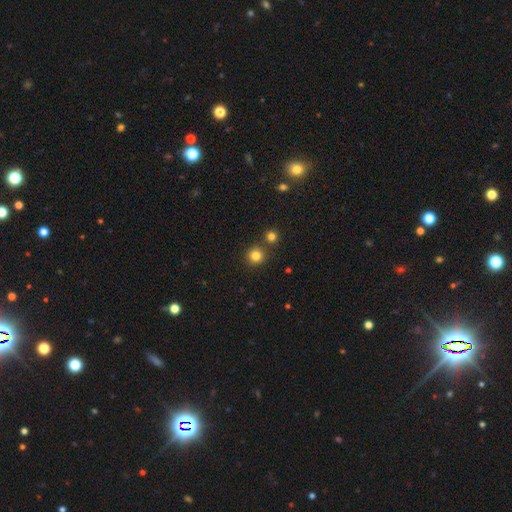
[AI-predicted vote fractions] smooth-or-featured: smooth: 81% | star or artifact: 14% | featured or disk: 5%
  how-rounded: round: 93% | in between: 6% | cigar-shaped: 1%
  merging: none: 79% | merger: 11% | minor disturbance: 7% | major disturbance: 2%